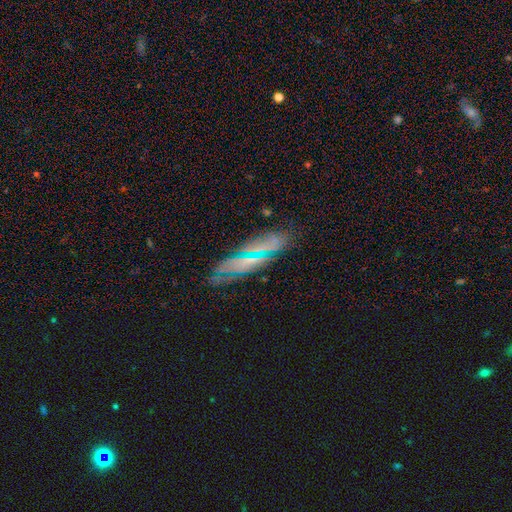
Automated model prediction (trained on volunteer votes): A featured or disk galaxy (58%).

Vote fractions:
- Smooth or featured? featured or disk: 58% / smooth: 28% / star or artifact: 15%
- Edge-on disk? no: 61% / yes: 39%
- Merging? none: 75% / minor disturbance: 16% / major disturbance: 6% / merger: 3%